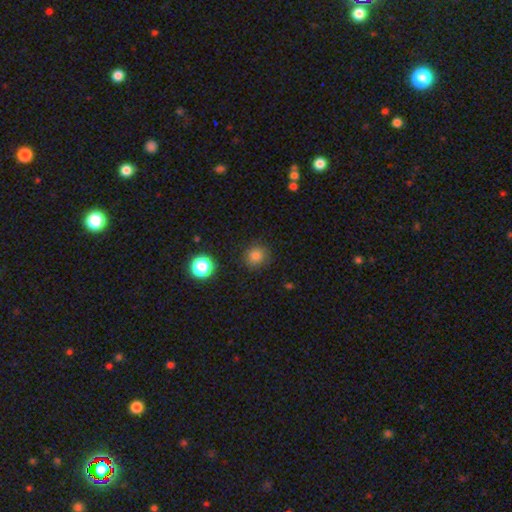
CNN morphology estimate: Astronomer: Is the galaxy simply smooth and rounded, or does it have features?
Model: smooth — 81%.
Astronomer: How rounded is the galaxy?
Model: round — 87%.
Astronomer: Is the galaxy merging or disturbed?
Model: none — 86%.